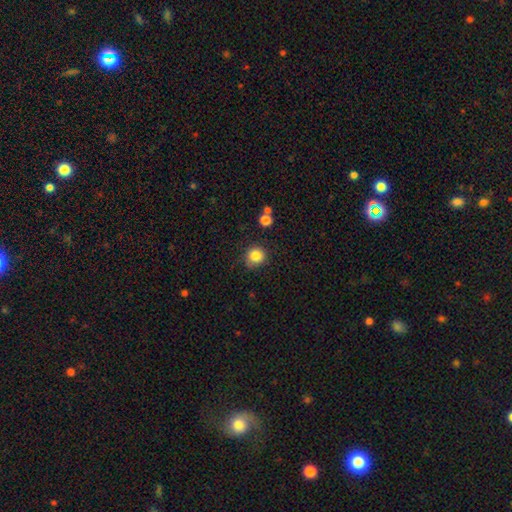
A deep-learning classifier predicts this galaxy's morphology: Overall: smooth (84%). How rounded: round (91%). Merging: none (78%).